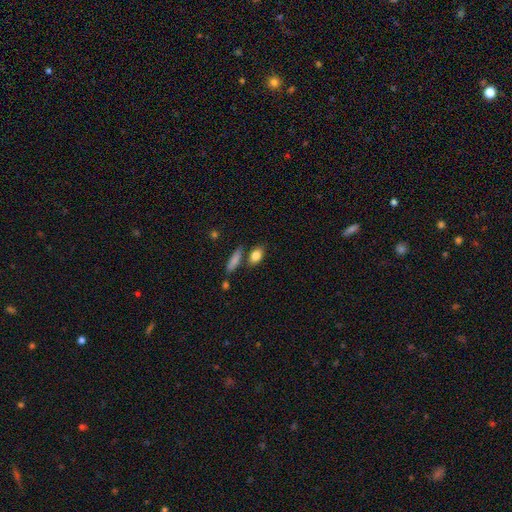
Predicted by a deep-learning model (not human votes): smooth 83%, featured or disk 10%, star or artifact 8%. Down the decision tree: how rounded — in between (76%); merging — none (68%).